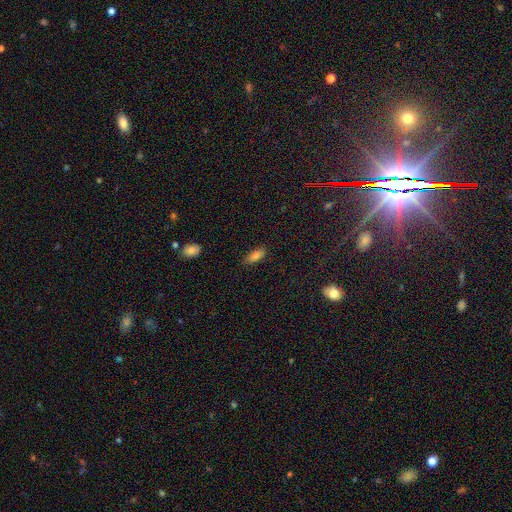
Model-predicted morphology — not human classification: Smooth or featured? Predicted: smooth (p=0.81). How rounded? Predicted: in between (p=0.80). Merging? Predicted: none (p=0.82).